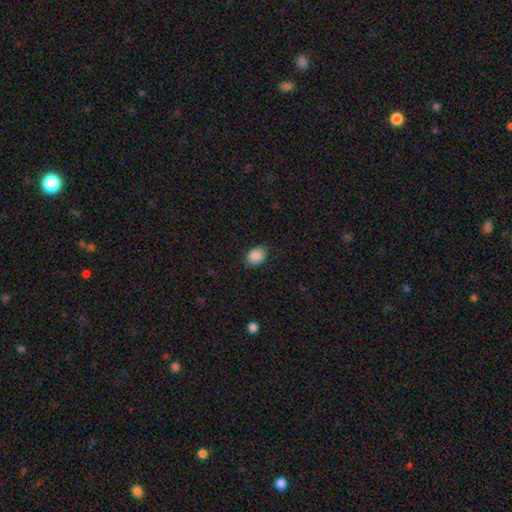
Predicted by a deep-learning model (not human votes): The model was most divided on "how rounded": in between: 74%, round: 25%, cigar-shaped: 1%. More confident: smooth or featured — smooth (89%); merging — none (85%).